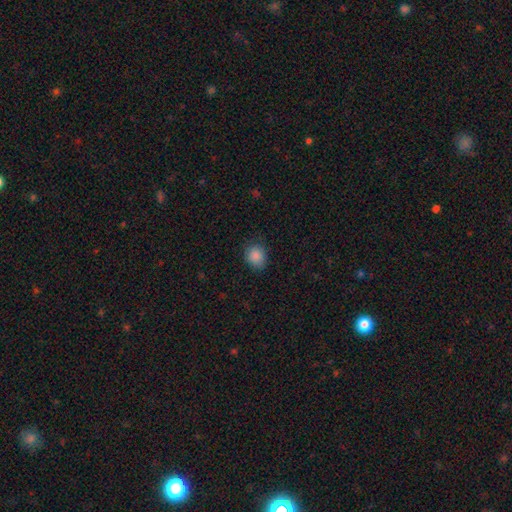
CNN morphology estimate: smooth-or-featured: smooth: 87% | star or artifact: 10% | featured or disk: 3%
  how-rounded: round: 66% | in between: 33% | cigar-shaped: 1%
  merging: none: 78% | minor disturbance: 17% | major disturbance: 4% | merger: 1%